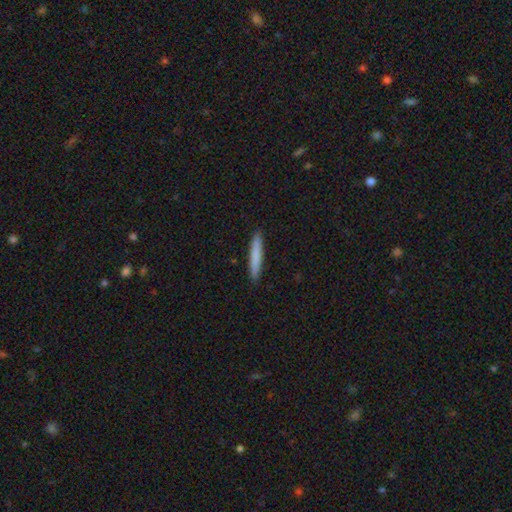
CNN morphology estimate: Q: Smooth or featured?
A: smooth (79%); runner-up: featured or disk (16%)
Q: How rounded?
A: cigar-shaped (95%); runner-up: in between (4%)
Q: Merging?
A: none (92%); runner-up: minor disturbance (6%)